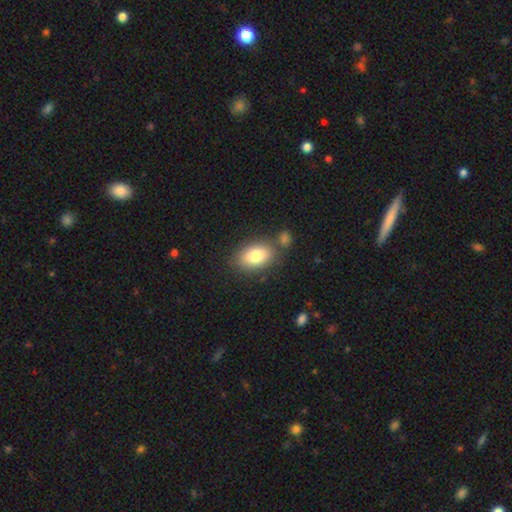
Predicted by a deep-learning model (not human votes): smooth 80%, featured or disk 12%, star or artifact 8%. Down the decision tree: how rounded — in between (87%); merging — none (74%).